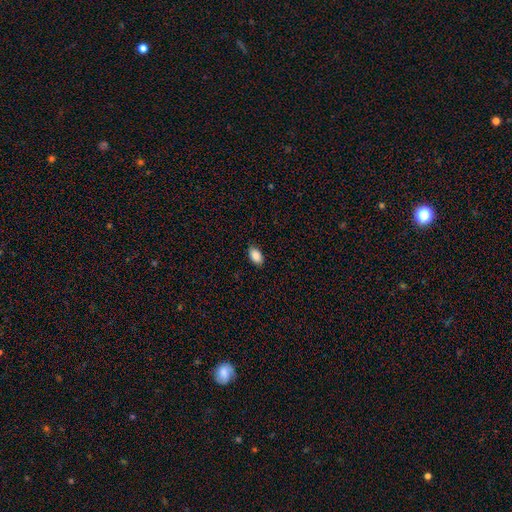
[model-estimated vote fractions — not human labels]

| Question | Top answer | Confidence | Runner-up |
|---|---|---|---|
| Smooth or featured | smooth | 89% | star or artifact (7%) |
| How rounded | in between | 93% | round (4%) |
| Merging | none | 87% | minor disturbance (10%) |